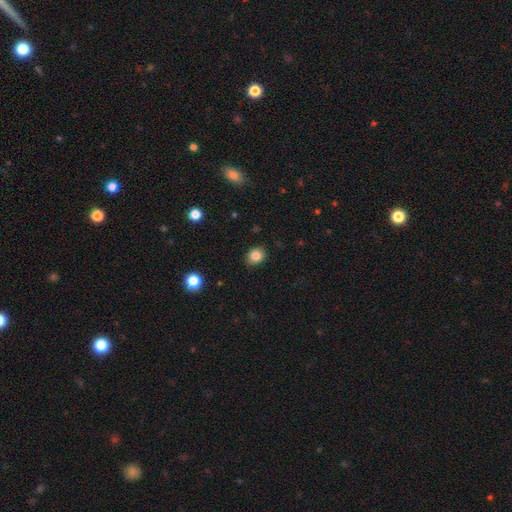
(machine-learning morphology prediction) smooth_or_featured: smooth (p=0.84) [alt: star or artifact p=0.10]
how_rounded: round (p=0.56) [alt: in between p=0.43]
merging: none (p=0.86) [alt: minor disturbance p=0.10]